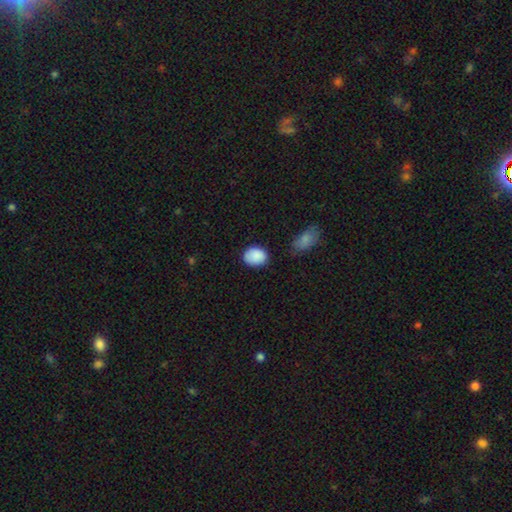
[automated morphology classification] Overall: smooth (89%). How rounded: in between (53%; round 46%). Merging: none (75%).